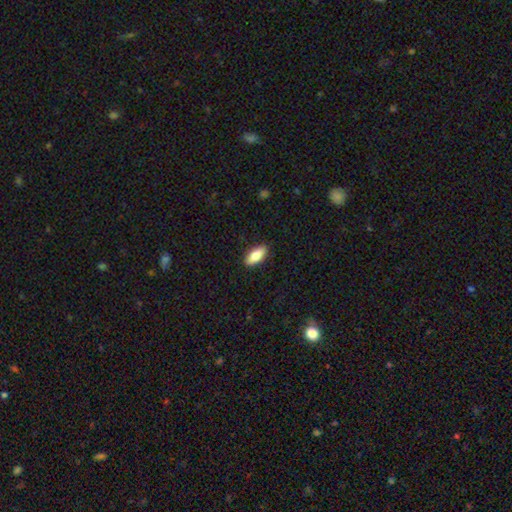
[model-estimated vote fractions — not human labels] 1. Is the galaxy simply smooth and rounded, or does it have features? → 81% smooth, 12% featured or disk, 6% star or artifact.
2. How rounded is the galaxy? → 82% in between, 15% cigar-shaped, 2% round.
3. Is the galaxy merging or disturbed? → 90% none, 8% minor disturbance, 2% major disturbance, 1% merger.